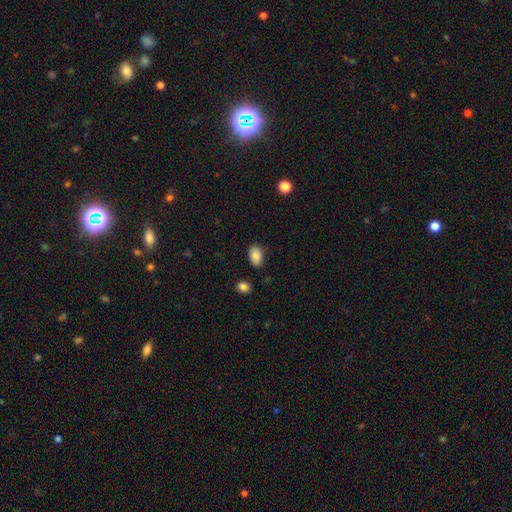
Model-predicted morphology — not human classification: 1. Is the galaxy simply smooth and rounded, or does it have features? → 88% smooth, 8% star or artifact, 5% featured or disk.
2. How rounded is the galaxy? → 92% in between, 7% round, 2% cigar-shaped.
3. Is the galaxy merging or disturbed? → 82% none, 13% minor disturbance, 3% major disturbance, 2% merger.